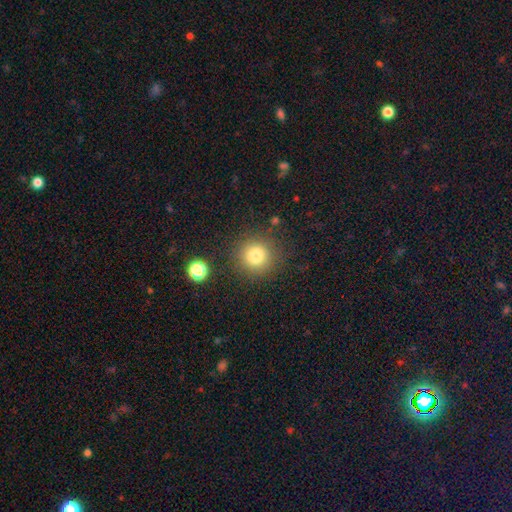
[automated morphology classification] type=smooth (80%); roundness=round (94%); merging=none (86%).